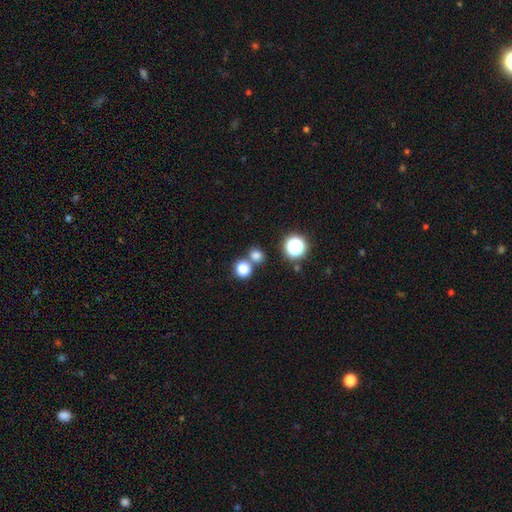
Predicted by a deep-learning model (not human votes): smooth_or_featured: smooth (p=0.77) [alt: star or artifact p=0.17]
how_rounded: round (p=0.81) [alt: in between p=0.18]
merging: none (p=0.61) [alt: merger p=0.30]